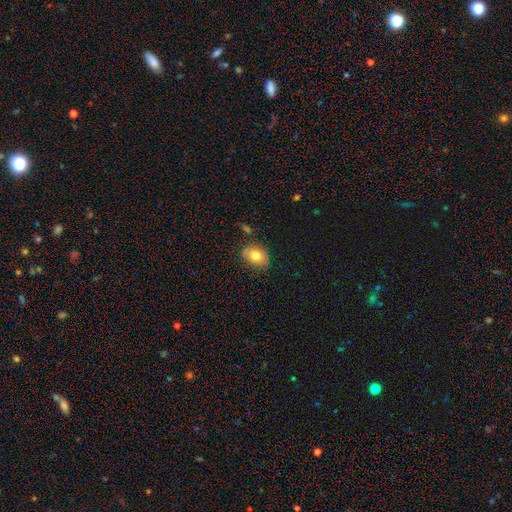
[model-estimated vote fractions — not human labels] A smooth galaxy with no disk features (74%) that is in between round and cigar-shaped (61%).

Vote fractions:
- Smooth or featured? smooth: 74% / featured or disk: 16% / star or artifact: 9%
- How rounded? in between: 61% / round: 37% / cigar-shaped: 1%
- Merging? none: 64% / minor disturbance: 26% / major disturbance: 6% / merger: 4%